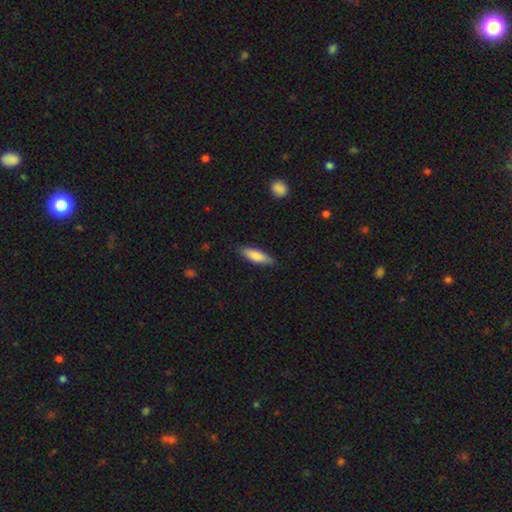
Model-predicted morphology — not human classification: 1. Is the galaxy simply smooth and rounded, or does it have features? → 78% smooth, 16% featured or disk, 6% star or artifact.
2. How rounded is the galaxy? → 53% in between, 45% cigar-shaped, 2% round.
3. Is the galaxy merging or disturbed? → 82% none, 15% minor disturbance, 2% major disturbance, 1% merger.